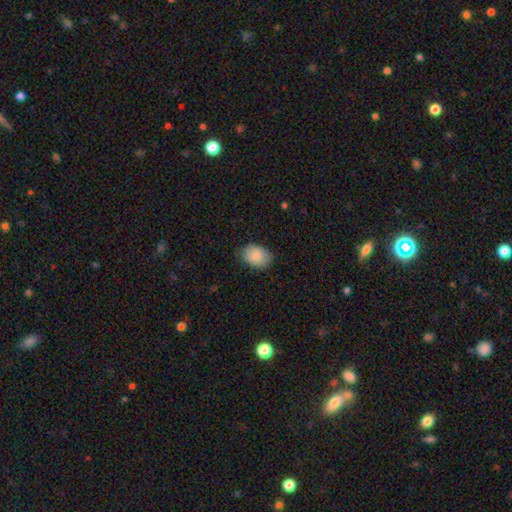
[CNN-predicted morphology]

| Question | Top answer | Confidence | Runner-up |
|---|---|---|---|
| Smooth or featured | smooth | 87% | featured or disk (7%) |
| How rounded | in between | 77% | round (22%) |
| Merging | none | 78% | minor disturbance (17%) |